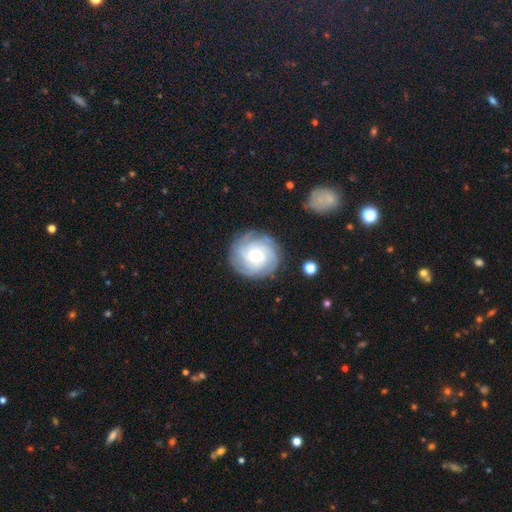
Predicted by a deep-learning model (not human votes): Smooth or featured?
  - featured or disk: 78% *
  - smooth: 15%
  - star or artifact: 7%
Edge-on disk?
  - no: 97% *
  - yes: 3%
Bar?
  - no: 53% *
  - weak: 39%
  - strong: 8%
Spiral arms?
  - yes: 95% *
  - no: 5%
Spiral winding?
  - tight: 70% *
  - medium: 24%
  - loose: 6%
Spiral arm count?
  - can't tell: 31% *
  - 4: 26%
  - 3: 17%
  - more than 4: 11%
  - 2: 9%
  - 1: 6%
Bulge size?
  - small: 50% *
  - moderate: 45%
  - large: 3%
  - none: 1%
  - dominant: 1%
Merging?
  - none: 84% *
  - minor disturbance: 11%
  - major disturbance: 4%
  - merger: 1%